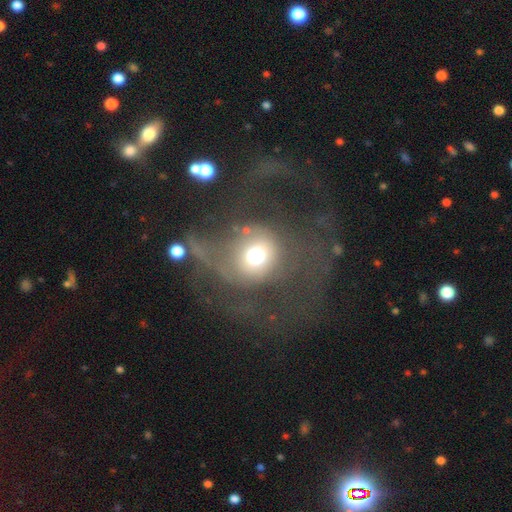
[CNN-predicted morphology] The model was most divided on "merging": none: 41%, major disturbance: 38%, minor disturbance: 15%, merger: 6%. More confident: how rounded — round (85%); smooth or featured — smooth (58%).